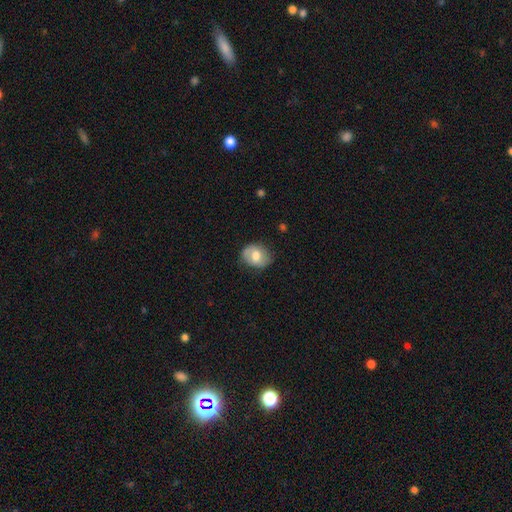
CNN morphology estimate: A smooth galaxy with no disk features (60%) that is in between round and cigar-shaped (55%). Merging: none (72%).